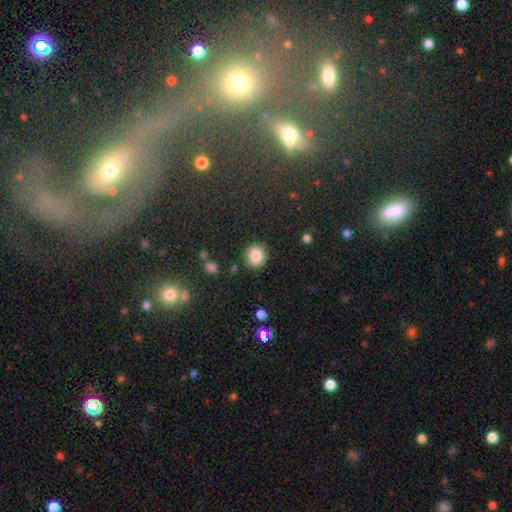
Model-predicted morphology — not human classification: Smooth or featured? smooth (84%)
How rounded? round (79%)
Merging? none (85%)